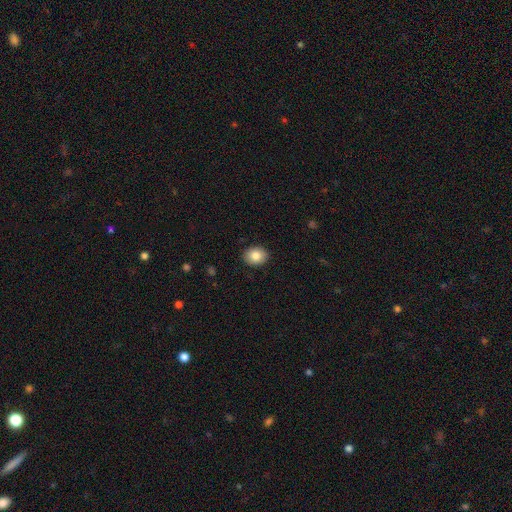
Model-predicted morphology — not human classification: smooth 85%, star or artifact 8%, featured or disk 7%. Down the decision tree: how rounded — in between (56%); merging — none (90%).